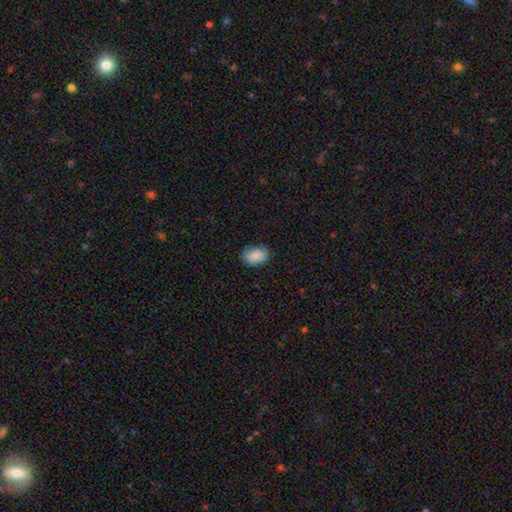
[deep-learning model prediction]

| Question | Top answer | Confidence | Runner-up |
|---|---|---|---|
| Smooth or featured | smooth | 88% | star or artifact (7%) |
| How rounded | in between | 84% | round (15%) |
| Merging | none | 82% | minor disturbance (15%) |